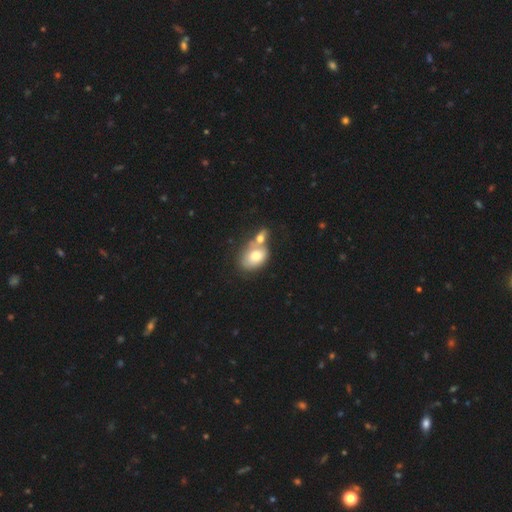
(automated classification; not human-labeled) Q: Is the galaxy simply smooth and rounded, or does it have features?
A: smooth — 72%.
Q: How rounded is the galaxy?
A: in between — 83%.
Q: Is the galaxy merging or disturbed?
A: merger — 52%.